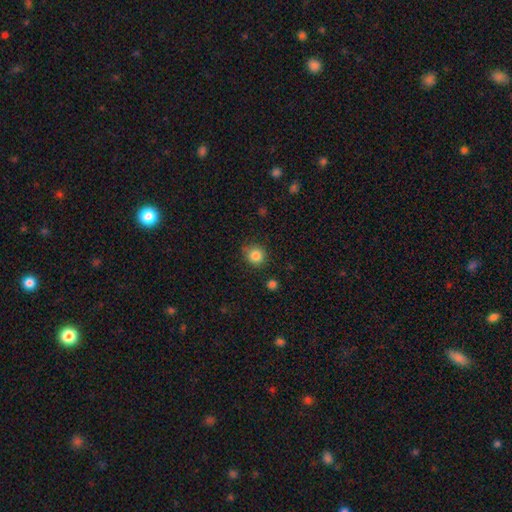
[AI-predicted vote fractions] A smooth galaxy with no disk features (84%) that is round (89%). Merging: none (84%).